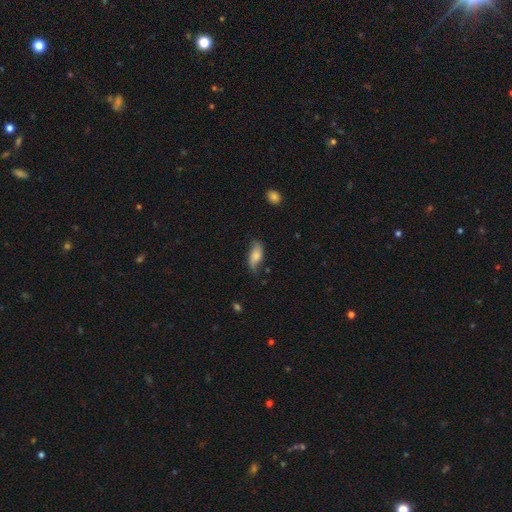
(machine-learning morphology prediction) Overall: smooth (69%). How rounded: in between (85%). Merging: none (59%; minor disturbance 30%).